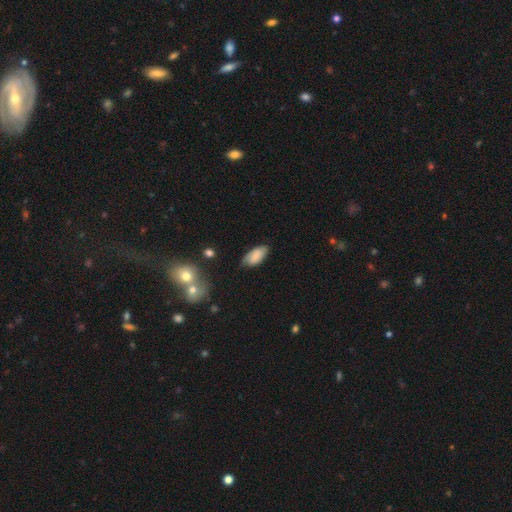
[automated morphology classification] This appears to be a smooth galaxy with no disk features (78%) that is in between round and cigar-shaped (92%). Merging: none (73%).